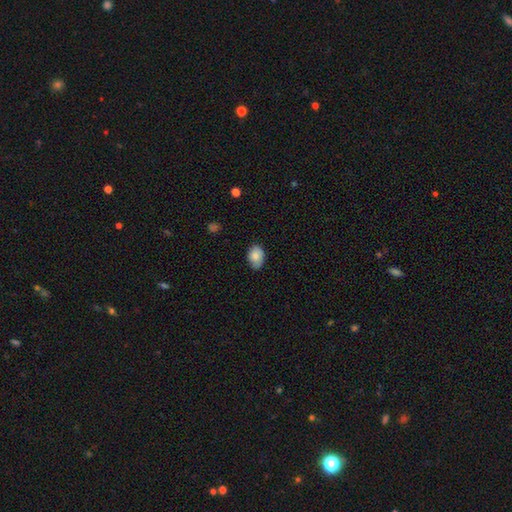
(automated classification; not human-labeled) Smooth or featured?
  - smooth: 79% *
  - featured or disk: 13%
  - star or artifact: 8%
How rounded?
  - in between: 78% *
  - round: 21%
  - cigar-shaped: 1%
Merging?
  - none: 69% *
  - minor disturbance: 26%
  - major disturbance: 4%
  - merger: 1%